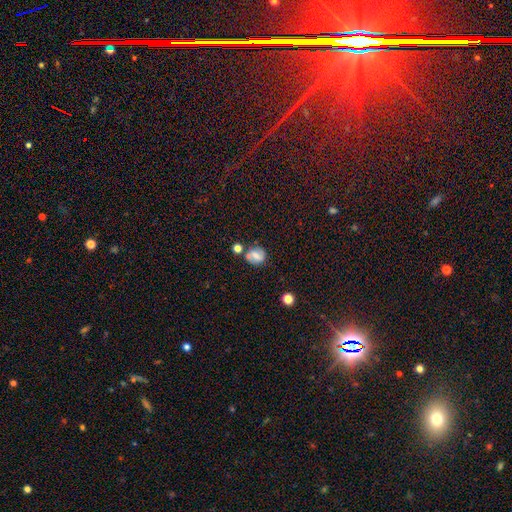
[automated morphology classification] A smooth galaxy with no disk features (57%) that is round (71%). Merging: none (65%).